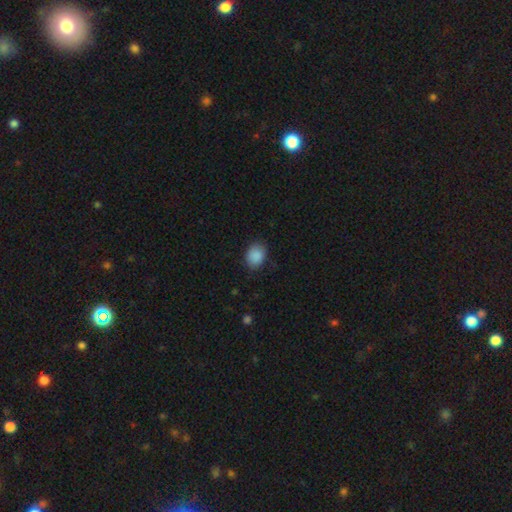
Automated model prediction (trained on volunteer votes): Smooth or featured: smooth — 89% (star or artifact — 8%)
How rounded: in between — 54% (round — 45%)
Merging: none — 83% (minor disturbance — 13%)